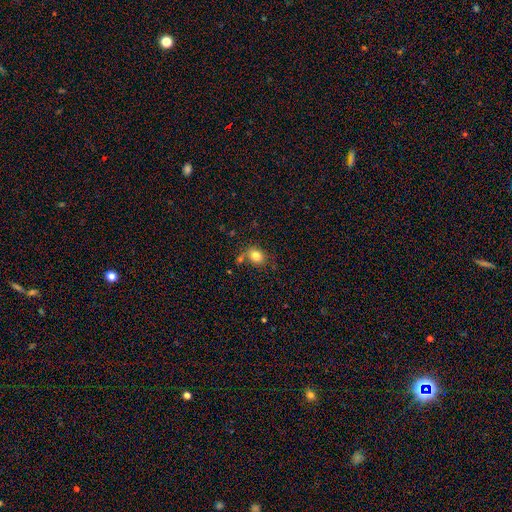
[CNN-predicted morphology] Smooth or featured? Predicted: smooth (p=0.81). How rounded? Predicted: in between (p=0.51). Merging? Predicted: none (p=0.68).